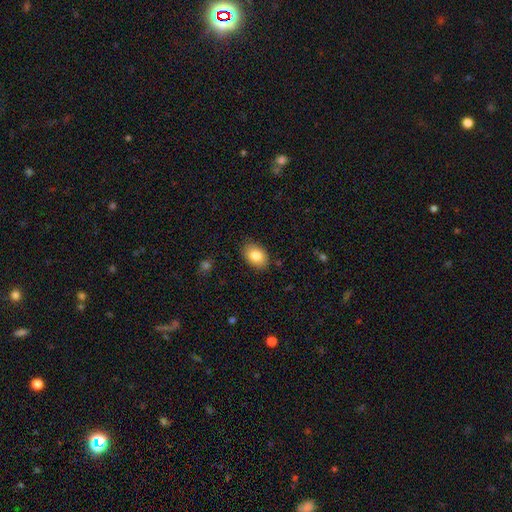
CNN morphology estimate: smooth-or-featured: smooth: 83% | featured or disk: 9% | star or artifact: 7%
  how-rounded: in between: 85% | round: 14% | cigar-shaped: 1%
  merging: none: 85% | minor disturbance: 11% | major disturbance: 2% | merger: 1%